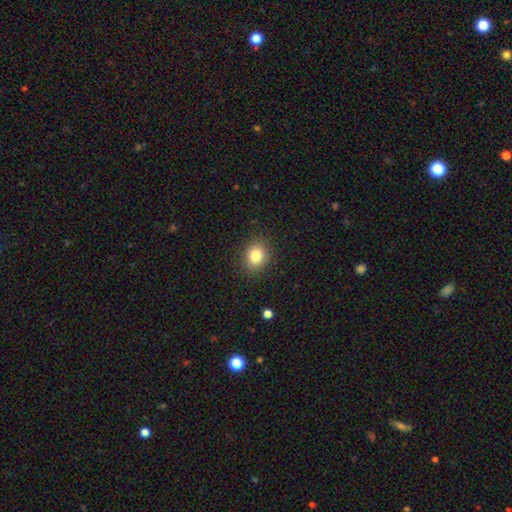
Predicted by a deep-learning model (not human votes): smooth-or-featured: smooth: 82% | star or artifact: 11% | featured or disk: 7%
  how-rounded: round: 71% | in between: 28% | cigar-shaped: 1%
  merging: none: 89% | minor disturbance: 7% | major disturbance: 2% | merger: 1%